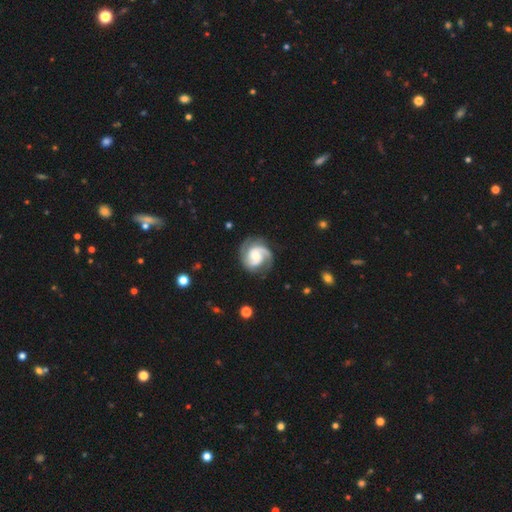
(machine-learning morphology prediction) A featured or disk galaxy (89%) with no bar (54%), 2 (83%) medium (47%) spiral arms (98%) and a moderate central bulge (50%). Merging: none (77%).